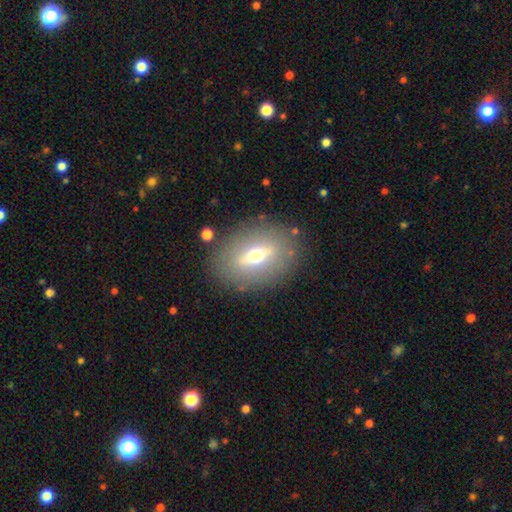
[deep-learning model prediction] Morphology: type=smooth (46%); merging=none (83%).